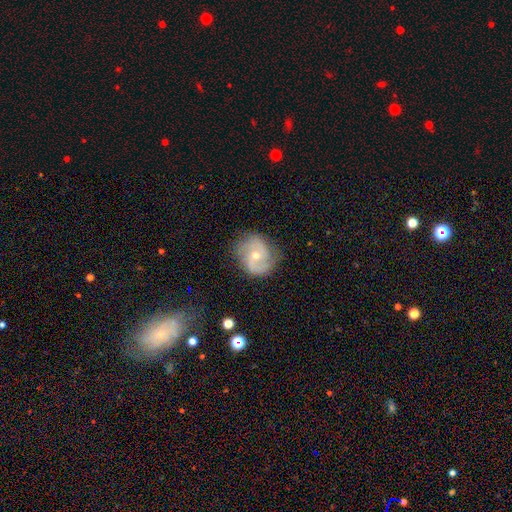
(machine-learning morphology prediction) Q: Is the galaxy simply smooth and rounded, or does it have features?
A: featured or disk — 82%.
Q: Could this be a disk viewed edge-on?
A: no — 98%.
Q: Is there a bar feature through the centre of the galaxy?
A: no — 61%.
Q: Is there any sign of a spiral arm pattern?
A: yes — 95%.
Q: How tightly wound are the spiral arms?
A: medium — 48%.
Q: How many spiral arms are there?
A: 2 — 81%.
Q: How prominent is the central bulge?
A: small — 52%.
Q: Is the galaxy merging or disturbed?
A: none — 78%.